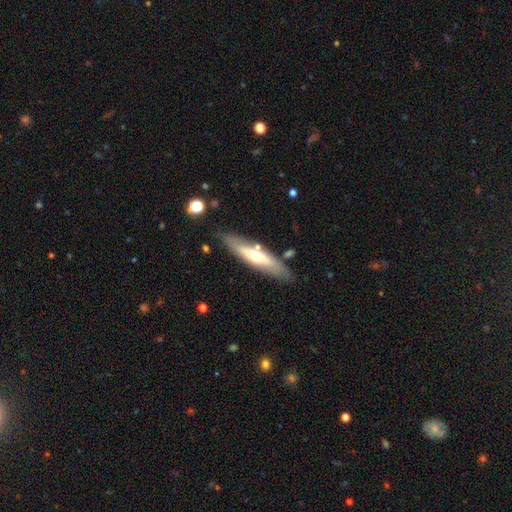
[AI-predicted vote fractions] This is possibly a featured or disk galaxy (52%). It is likely viewed edge-on (69%). Merging: likely none (78%).